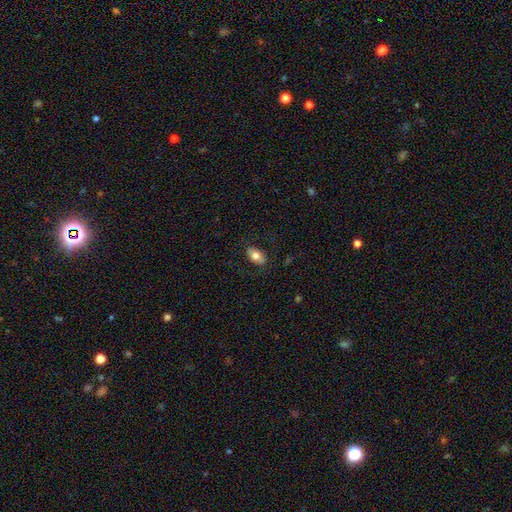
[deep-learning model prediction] Overall: smooth (72%). How rounded: in between (92%). Merging: none (85%).